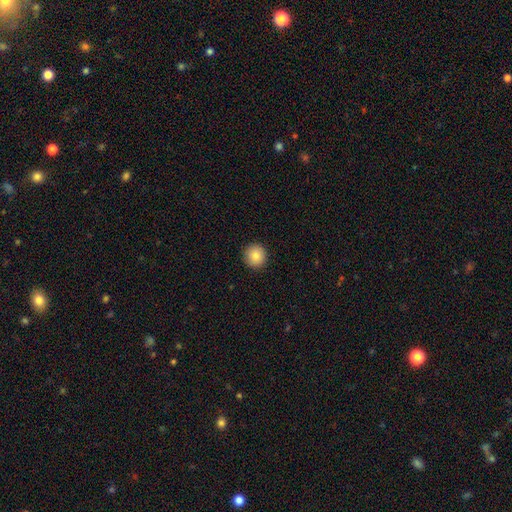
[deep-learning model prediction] Q: Smooth or featured?
A: smooth (85%); runner-up: star or artifact (9%)
Q: How rounded?
A: round (94%); runner-up: in between (5%)
Q: Merging?
A: none (92%); runner-up: minor disturbance (5%)